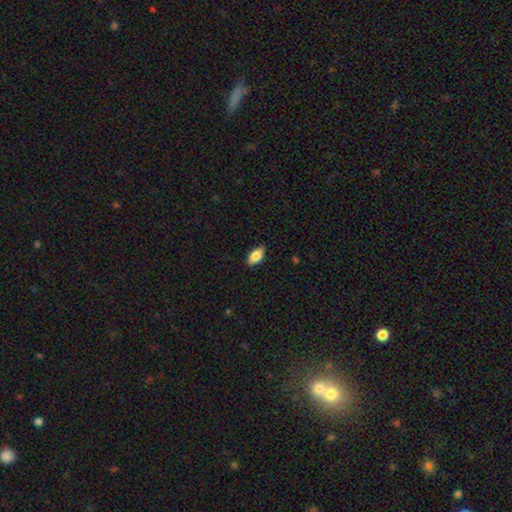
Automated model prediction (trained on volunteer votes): The model was most divided on "merging": none: 85%, minor disturbance: 11%, major disturbance: 2%, merger: 1%. More confident: how rounded — in between (91%); smooth or featured — smooth (85%).